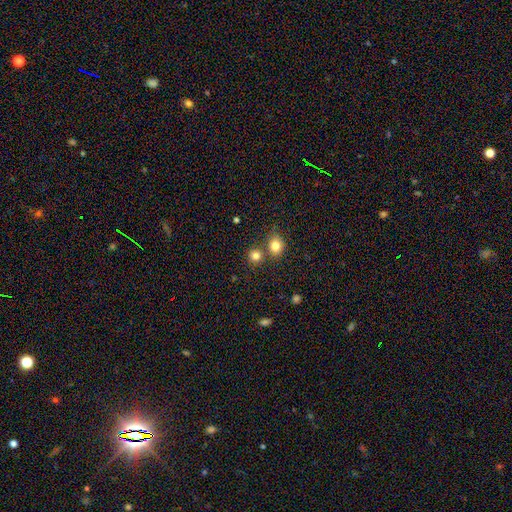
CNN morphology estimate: This appears to be a smooth galaxy with no disk features (81%) that is round (86%). Merging: none (67%).